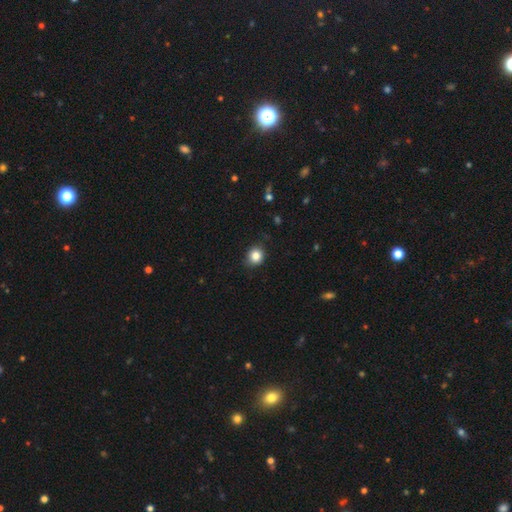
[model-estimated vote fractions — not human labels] Smooth or featured? smooth (84%)
How rounded? round (81%)
Merging? none (83%)